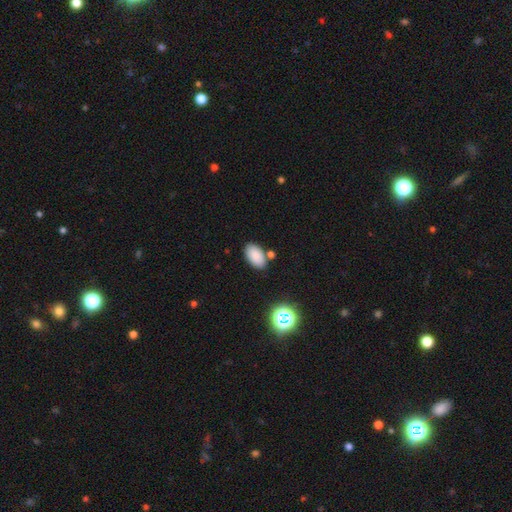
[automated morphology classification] Smooth or featured: smooth — 86% (star or artifact — 9%)
How rounded: in between — 94% (round — 4%)
Merging: none — 79% (minor disturbance — 11%)